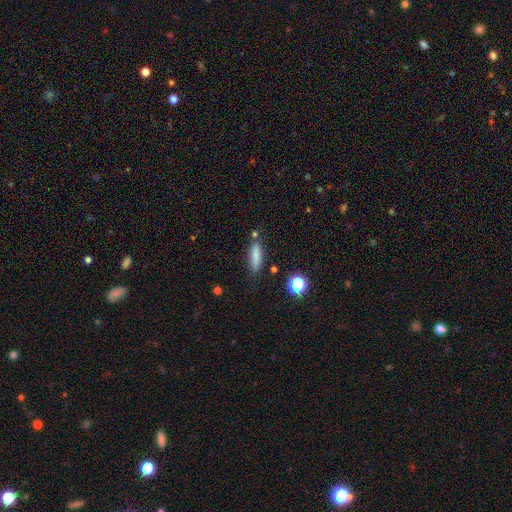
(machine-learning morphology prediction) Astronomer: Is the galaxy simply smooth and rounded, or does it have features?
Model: smooth — 80%.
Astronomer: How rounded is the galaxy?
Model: cigar-shaped — 61% (runner-up: in between, 36%).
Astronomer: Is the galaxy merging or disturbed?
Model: none — 77%.